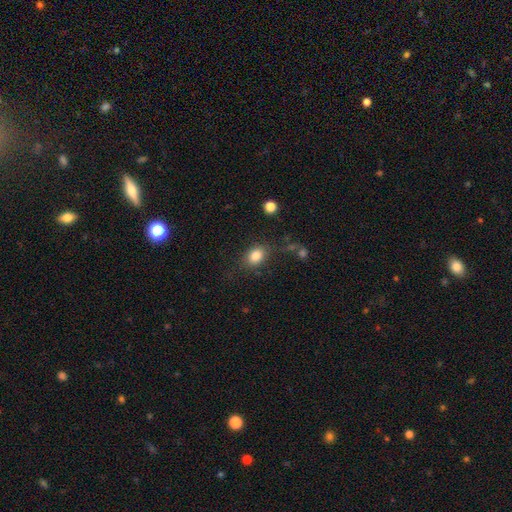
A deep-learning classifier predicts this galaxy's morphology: smooth_or_featured: smooth (p=0.84) [alt: star or artifact p=0.09]
how_rounded: in between (p=0.69) [alt: round p=0.30]
merging: none (p=0.77) [alt: minor disturbance p=0.14]